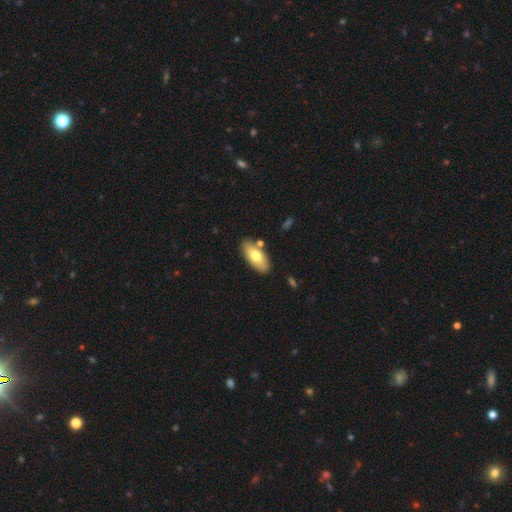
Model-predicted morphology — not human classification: This appears to be a smooth galaxy with no disk features (70%) that is in between round and cigar-shaped (87%). Merging: none (82%).